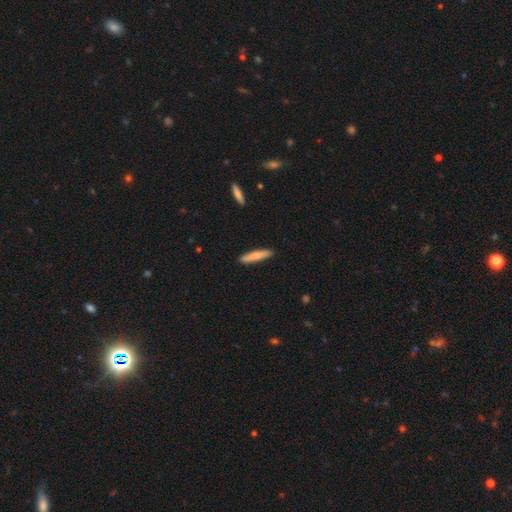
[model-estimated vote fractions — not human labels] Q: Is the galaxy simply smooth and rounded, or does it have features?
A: smooth — 67%.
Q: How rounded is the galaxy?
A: cigar-shaped — 88%.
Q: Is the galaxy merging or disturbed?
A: none — 90%.